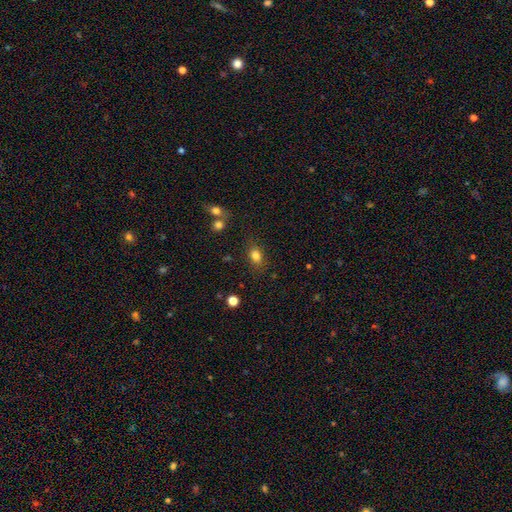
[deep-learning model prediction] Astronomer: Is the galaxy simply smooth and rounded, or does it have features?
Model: smooth — 81%.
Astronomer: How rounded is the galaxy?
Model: in between — 73%.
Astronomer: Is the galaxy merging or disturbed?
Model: none — 80%.